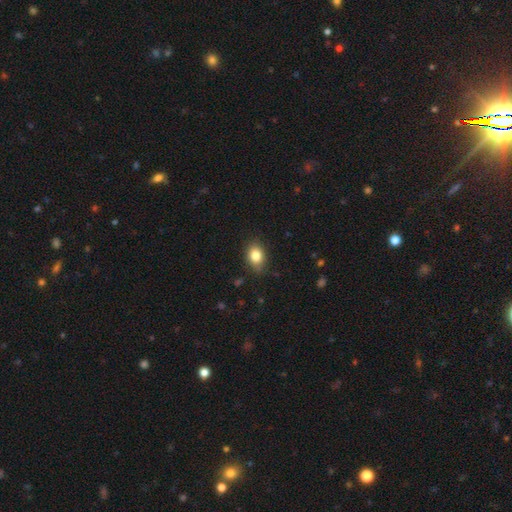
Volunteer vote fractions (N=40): This is clearly a smooth galaxy (90%). How rounded: clearly in between (83%). Merging: clearly none (84%).